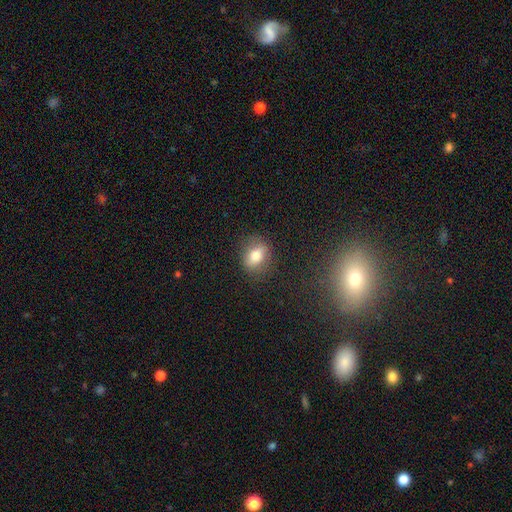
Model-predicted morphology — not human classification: This appears to be a smooth galaxy with no disk features (72%) that is in between round and cigar-shaped (55%). Merging: none (82%).